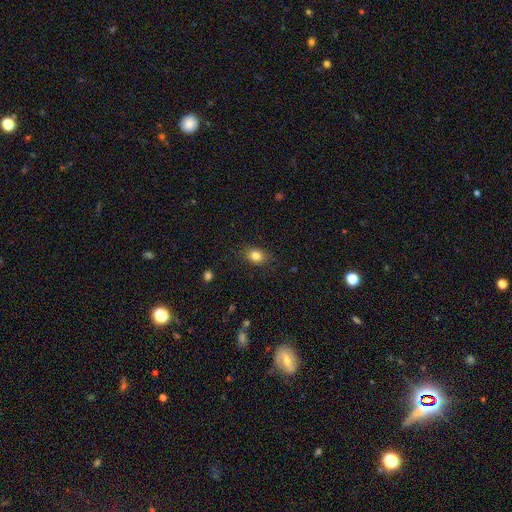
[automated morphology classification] This appears to be a smooth galaxy with no disk features (83%) that is in between round and cigar-shaped (64%). Merging: none (84%).